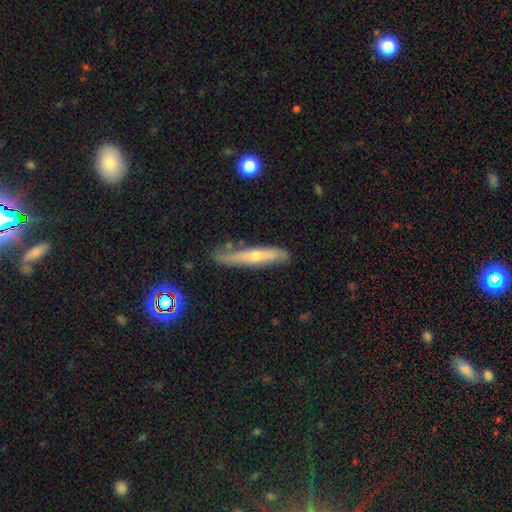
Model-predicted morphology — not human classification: This appears to be a featured or disk galaxy (50%). Merging: none (71%).